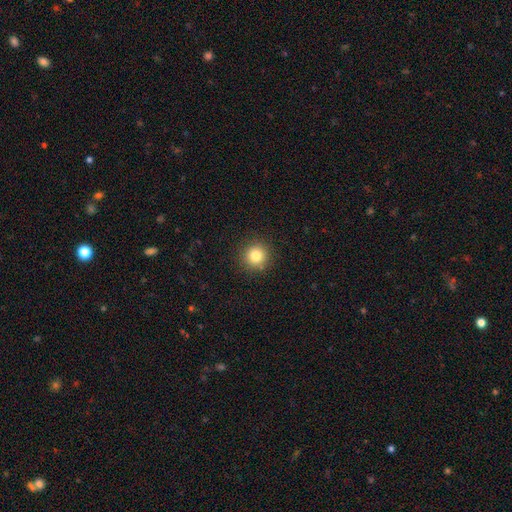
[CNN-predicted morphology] smooth_or_featured: smooth (p=0.81) [alt: star or artifact p=0.12]
how_rounded: round (p=0.94) [alt: in between p=0.05]
merging: none (p=0.90) [alt: minor disturbance p=0.06]